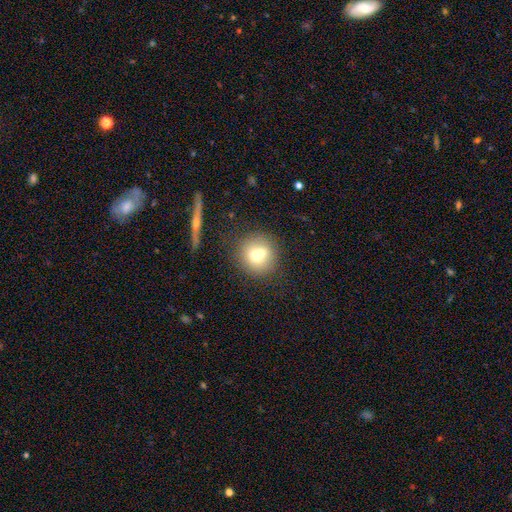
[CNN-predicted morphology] type=smooth (66%); roundness=round (91%); merging=none (51%).